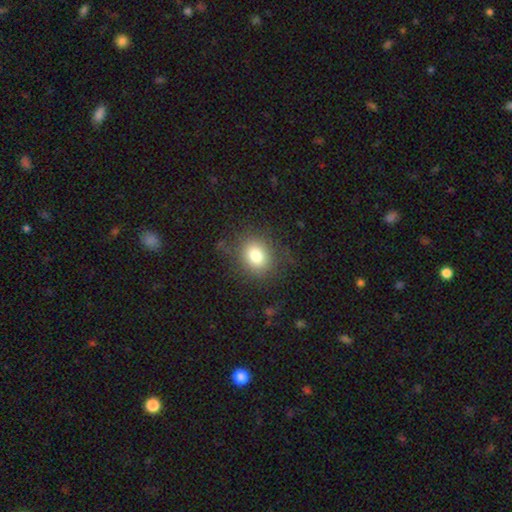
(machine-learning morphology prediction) A smooth galaxy with no disk features (79%) that is round (63%).

Vote fractions:
- Smooth or featured? smooth: 79% / star or artifact: 11% / featured or disk: 10%
- How rounded? round: 63% / in between: 36% / cigar-shaped: 1%
- Merging? none: 80% / minor disturbance: 13% / major disturbance: 6% / merger: 1%